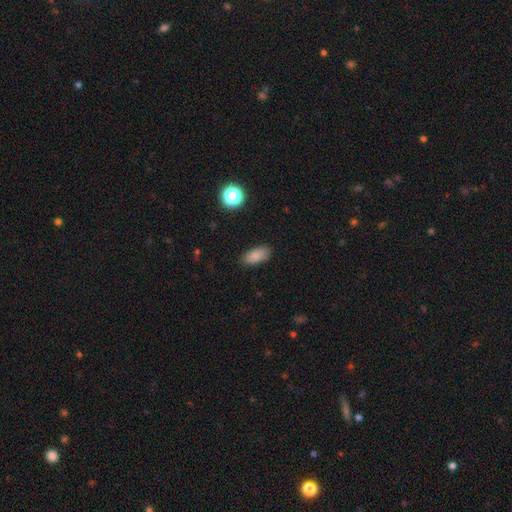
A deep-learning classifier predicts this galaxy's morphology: smooth_or_featured: smooth (p=0.84) [alt: star or artifact p=0.09]
how_rounded: in between (p=0.87) [alt: cigar-shaped p=0.09]
merging: none (p=0.85) [alt: minor disturbance p=0.11]